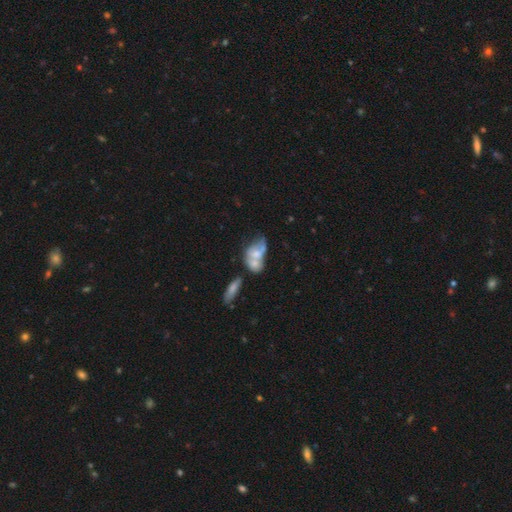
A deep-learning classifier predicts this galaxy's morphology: Smooth or featured: smooth — 51% (featured or disk — 41%)
How rounded: in between — 83% (round — 14%)
Merging: merger — 63% (none — 15%)